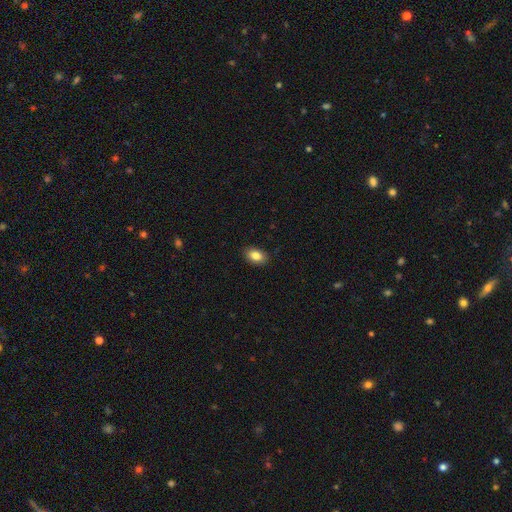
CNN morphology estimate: A smooth galaxy with no disk features (85%) that is in between round and cigar-shaped (85%).

Vote fractions:
- Smooth or featured? smooth: 85% / star or artifact: 8% / featured or disk: 7%
- How rounded? in between: 85% / round: 14% / cigar-shaped: 1%
- Merging? none: 89% / minor disturbance: 8% / major disturbance: 2% / merger: 1%